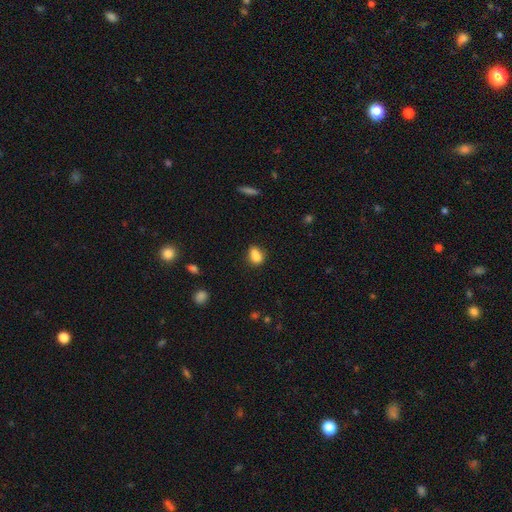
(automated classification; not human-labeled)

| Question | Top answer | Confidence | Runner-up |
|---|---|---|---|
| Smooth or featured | smooth | 81% | star or artifact (10%) |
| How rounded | in between | 69% | round (26%) |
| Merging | none | 57% | minor disturbance (19%) |